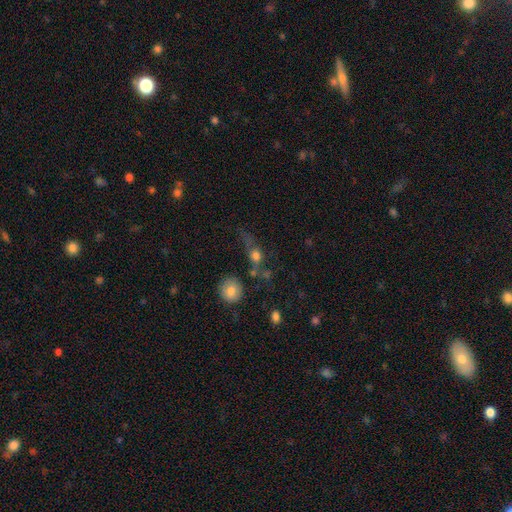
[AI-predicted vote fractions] Smooth or featured: smooth — 66% (featured or disk — 18%)
How rounded: round — 59% (in between — 32%)
Merging: none — 41% (major disturbance — 23%)